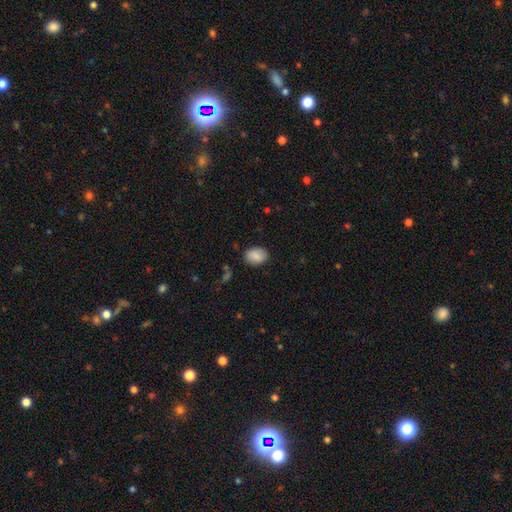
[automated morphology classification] smooth 88%, star or artifact 7%, featured or disk 5%. Down the decision tree: how rounded — in between (70%); merging — none (86%).